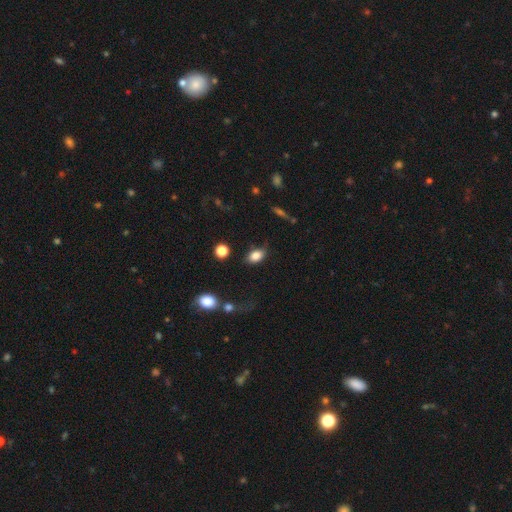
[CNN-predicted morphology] Overall: smooth (83%). How rounded: in between (84%). Merging: none (67%).